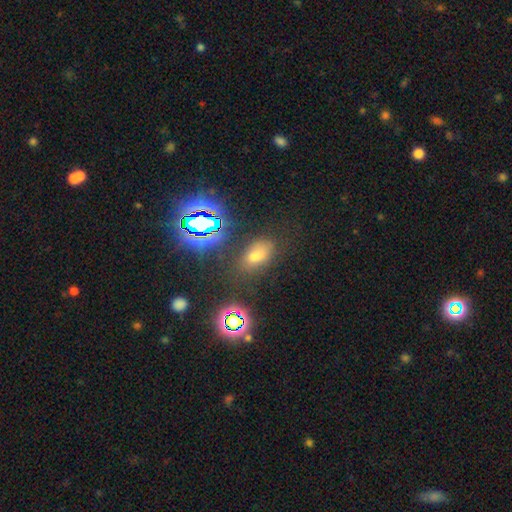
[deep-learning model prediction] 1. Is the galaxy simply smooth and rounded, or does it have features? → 58% smooth, 31% star or artifact, 11% featured or disk.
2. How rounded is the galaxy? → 84% in between, 13% round, 3% cigar-shaped.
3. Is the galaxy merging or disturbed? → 74% none, 15% minor disturbance, 6% major disturbance, 4% merger.